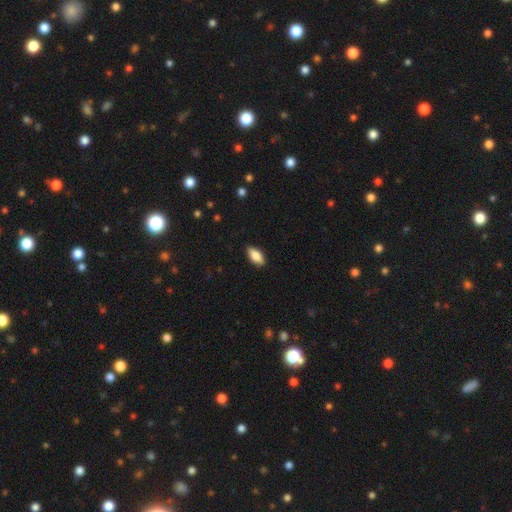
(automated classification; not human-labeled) Q: Smooth or featured?
A: smooth (81%); runner-up: featured or disk (12%)
Q: How rounded?
A: in between (88%); runner-up: cigar-shaped (9%)
Q: Merging?
A: none (87%); runner-up: minor disturbance (10%)